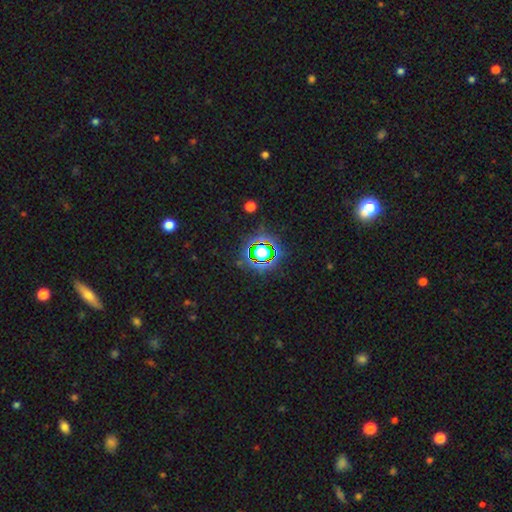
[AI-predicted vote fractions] Smooth or featured? star or artifact (72%)